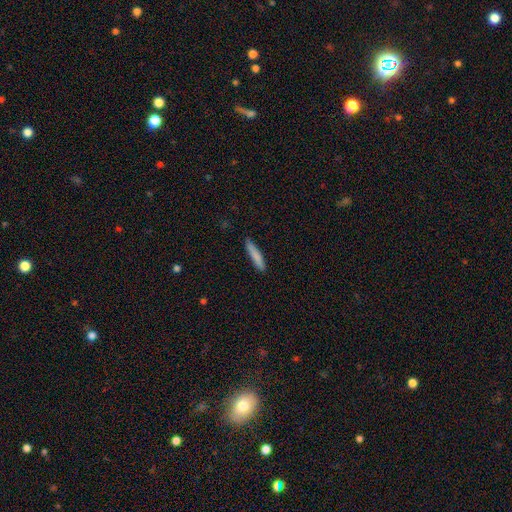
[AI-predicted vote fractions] Smooth or featured? smooth (83%)
How rounded? cigar-shaped (91%)
Merging? none (86%)